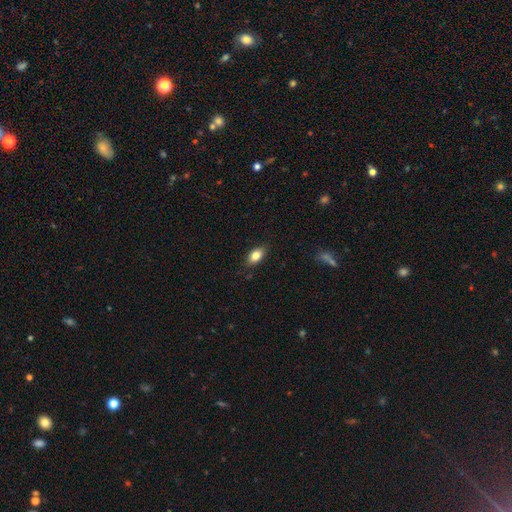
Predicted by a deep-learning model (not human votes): smooth 82%, featured or disk 10%, star or artifact 8%. Down the decision tree: how rounded — in between (88%); merging — none (85%).